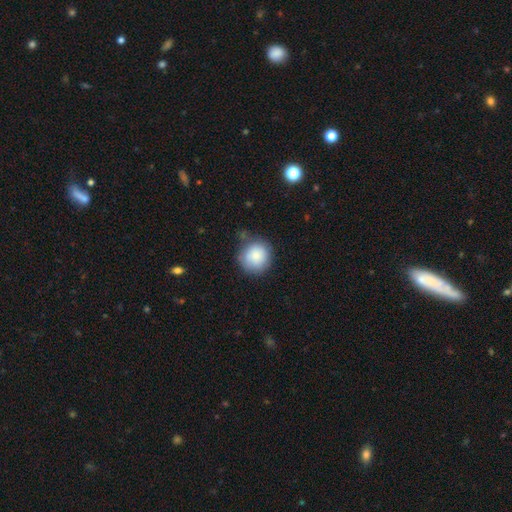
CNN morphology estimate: This is clearly a smooth galaxy (83%). How rounded: clearly round (90%). Merging: likely none (72%).